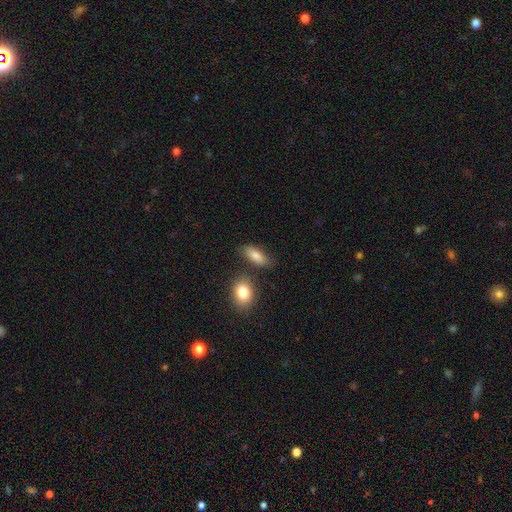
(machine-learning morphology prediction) Overall: smooth (80%). How rounded: in between (81%). Merging: none (73%).